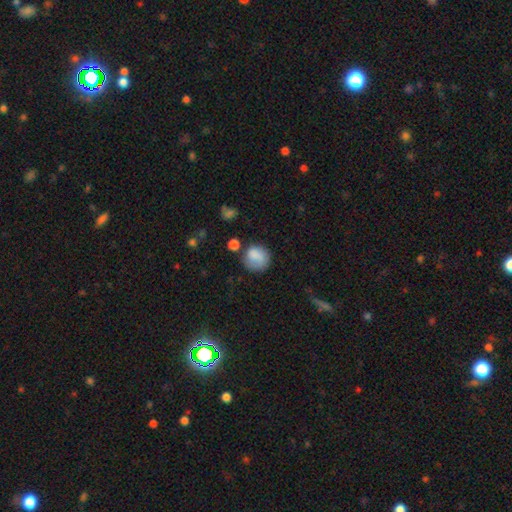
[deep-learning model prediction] A smooth galaxy with no disk features (81%) that is round (81%).

Vote fractions:
- Smooth or featured? smooth: 81% / featured or disk: 11% / star or artifact: 9%
- How rounded? round: 81% / in between: 18% / cigar-shaped: 1%
- Merging? none: 59% / minor disturbance: 23% / major disturbance: 12% / merger: 6%